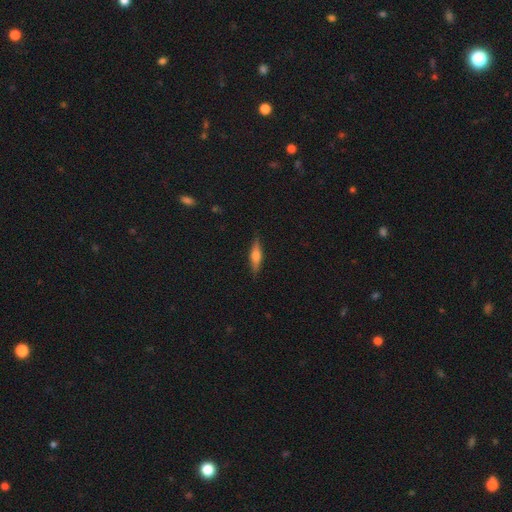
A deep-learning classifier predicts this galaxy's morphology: featured or disk 47% (tied), smooth 47% (tied), star or artifact 7%. Down the decision tree: merging — none (87%).